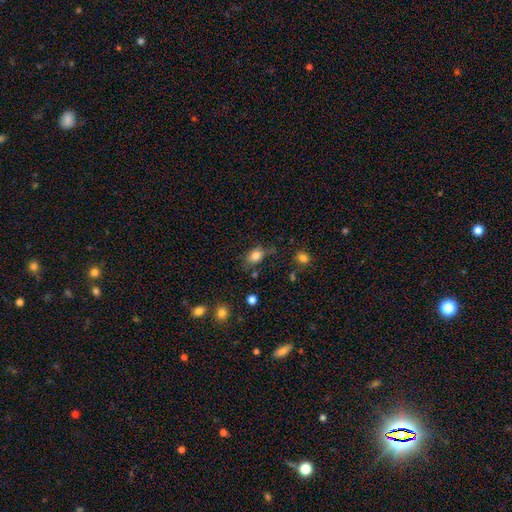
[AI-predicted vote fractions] Smooth or featured? Predicted: smooth (p=0.82). How rounded? Predicted: in between (p=0.81). Merging? Predicted: none (p=0.66).